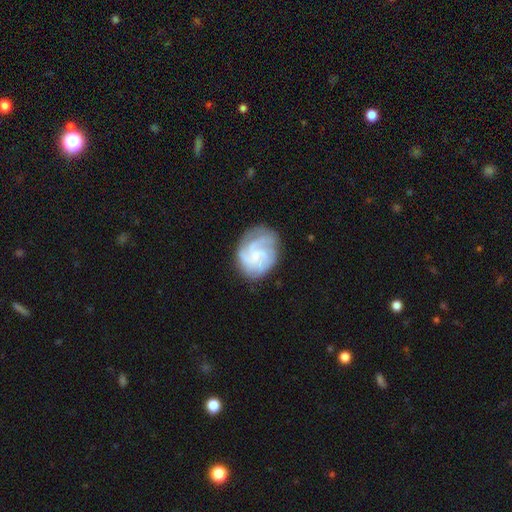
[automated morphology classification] Q: Smooth or featured?
A: featured or disk (74%); runner-up: smooth (20%)
Q: Edge-on disk?
A: no (98%); runner-up: yes (2%)
Q: Bar?
A: no (62%); runner-up: weak (33%)
Q: Spiral arms?
A: yes (91%); runner-up: no (9%)
Q: Spiral winding?
A: tight (45%); runner-up: medium (40%)
Q: Spiral arm count?
A: 3 (33%); runner-up: can't tell (28%)
Q: Bulge size?
A: small (56%); runner-up: none (21%)
Q: Merging?
A: none (64%); runner-up: minor disturbance (22%)